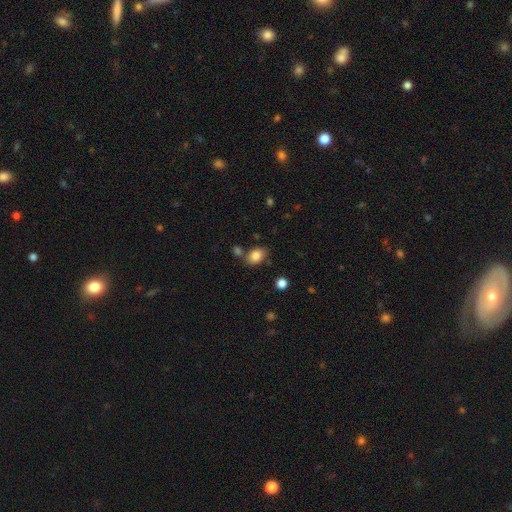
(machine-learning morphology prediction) A smooth galaxy with no disk features (83%) that is in between round and cigar-shaped (71%). Merging: none (71%).